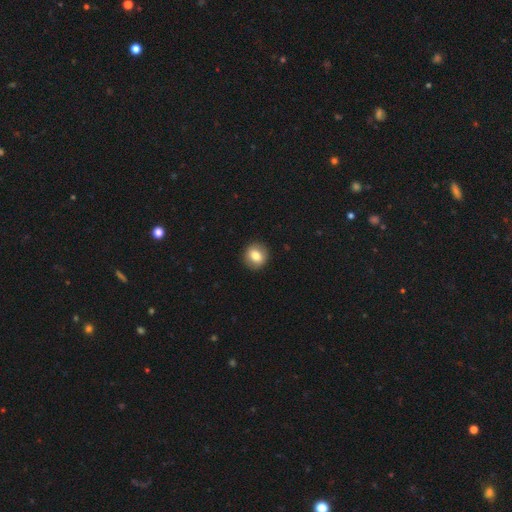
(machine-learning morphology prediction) The model was most divided on "smooth or featured": smooth: 77%, featured or disk: 14%, star or artifact: 8%. More confident: merging — none (91%); how rounded — round (84%).